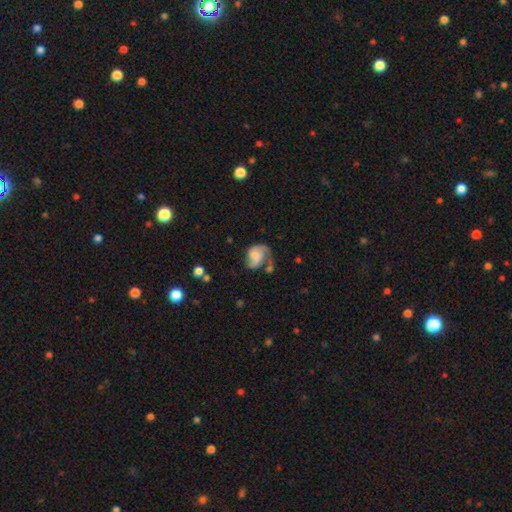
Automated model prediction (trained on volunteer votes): This is likely a featured or disk galaxy (64%). It is clearly not viewed edge-on (98%). Bar: likely no (63%). Spiral arm pattern: clearly yes (90%). Spiral arm count: likely 2 (67%). Spiral winding: marginally medium (44%). Central bulge: marginally small (33%). Merging: marginally none (42%).